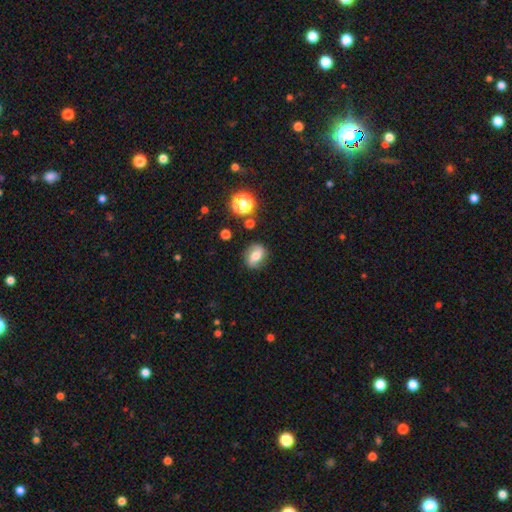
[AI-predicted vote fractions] smooth 56%, featured or disk 32%, star or artifact 12%. Down the decision tree: how rounded — in between (57%); merging — none (78%).